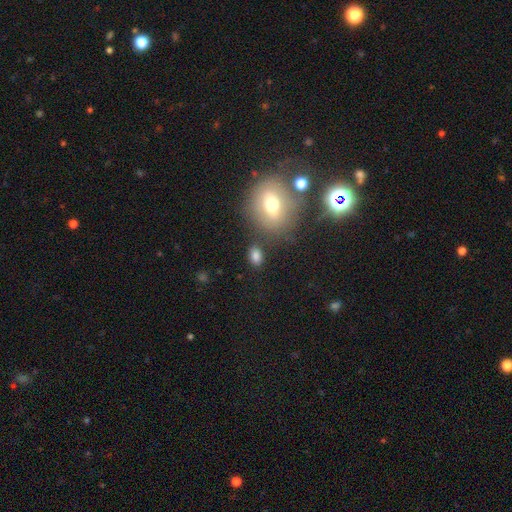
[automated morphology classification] Q: Smooth or featured?
A: smooth (80%); runner-up: star or artifact (12%)
Q: How rounded?
A: in between (78%); runner-up: round (20%)
Q: Merging?
A: none (76%); runner-up: minor disturbance (12%)